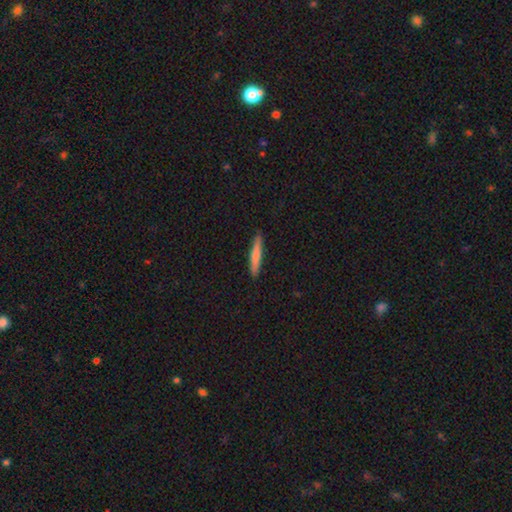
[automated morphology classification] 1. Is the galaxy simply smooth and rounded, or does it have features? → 74% smooth, 20% featured or disk, 6% star or artifact.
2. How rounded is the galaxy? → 93% cigar-shaped, 6% in between, 1% round.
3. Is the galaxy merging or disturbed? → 90% none, 8% minor disturbance, 2% major disturbance, 1% merger.